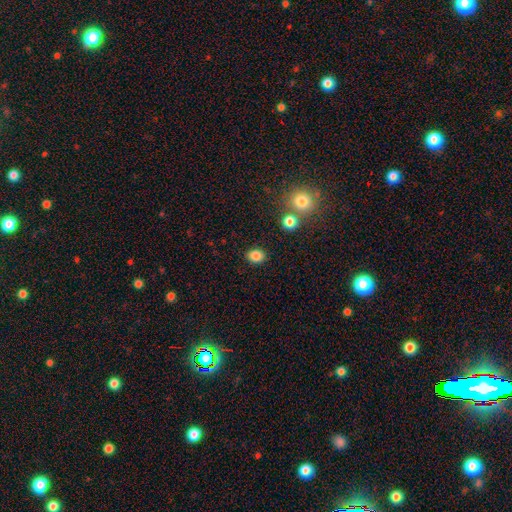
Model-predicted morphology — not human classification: Smooth or featured? Predicted: smooth (p=0.85). How rounded? Predicted: in between (p=0.57). Merging? Predicted: none (p=0.85).